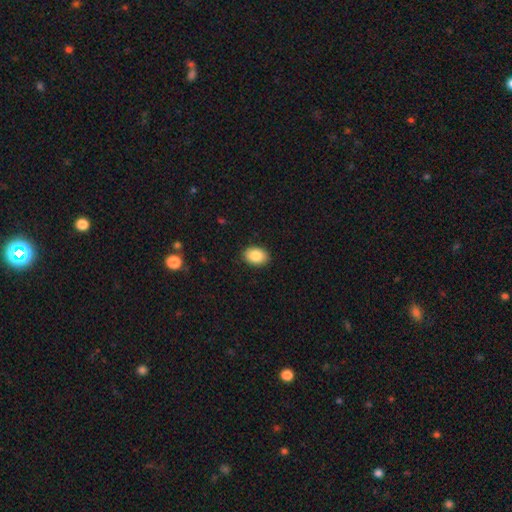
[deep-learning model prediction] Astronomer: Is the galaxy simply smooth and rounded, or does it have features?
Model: smooth — 87%.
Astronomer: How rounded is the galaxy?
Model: in between — 81%.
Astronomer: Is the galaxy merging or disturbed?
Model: none — 89%.